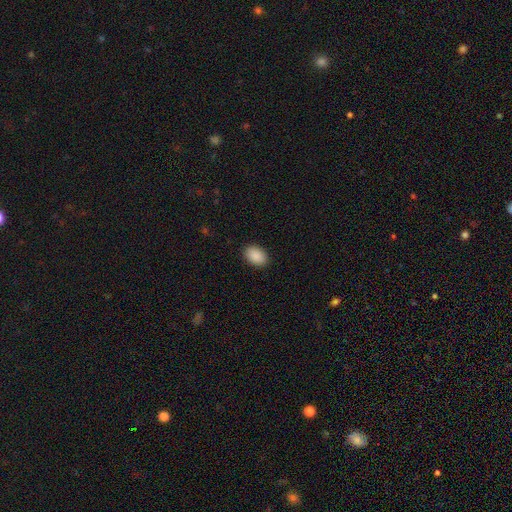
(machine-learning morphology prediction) This appears to be a smooth galaxy with no disk features (91%) that is in between round and cigar-shaped (82%). Merging: none (90%).